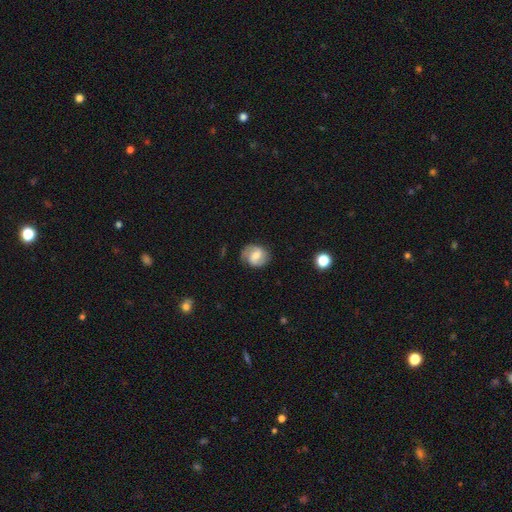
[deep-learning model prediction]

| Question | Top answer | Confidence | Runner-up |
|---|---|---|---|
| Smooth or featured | featured or disk | 61% | smooth (32%) |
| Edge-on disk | no | 97% | yes (3%) |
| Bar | weak | 51% | no (28%) |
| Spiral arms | yes | 88% | no (12%) |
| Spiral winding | medium | 45% | tight (29%) |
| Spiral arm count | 2 | 83% | can't tell (8%) |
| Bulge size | moderate | 56% | small (34%) |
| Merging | none | 75% | minor disturbance (18%) |